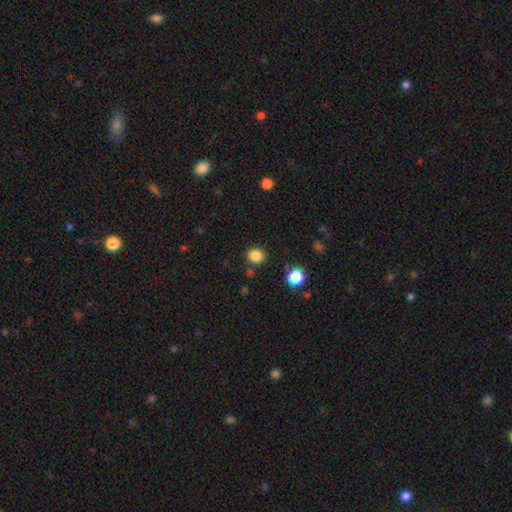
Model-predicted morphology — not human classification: Smooth or featured? smooth (84%)
How rounded? round (79%)
Merging? none (84%)